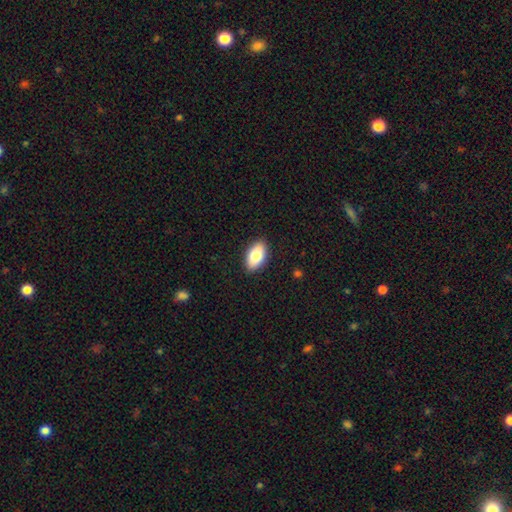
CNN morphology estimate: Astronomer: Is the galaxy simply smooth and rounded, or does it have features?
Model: smooth — 82%.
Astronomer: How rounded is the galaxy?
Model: in between — 93%.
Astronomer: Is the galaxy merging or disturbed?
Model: none — 89%.